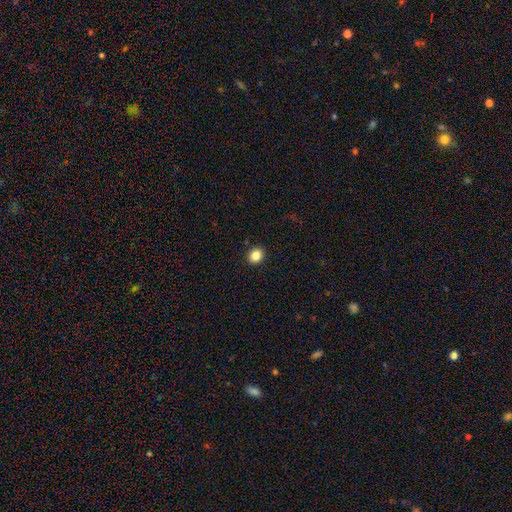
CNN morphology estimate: Smooth or featured: smooth — 85% (star or artifact — 11%)
How rounded: round — 68% (in between — 32%)
Merging: none — 92% (minor disturbance — 6%)